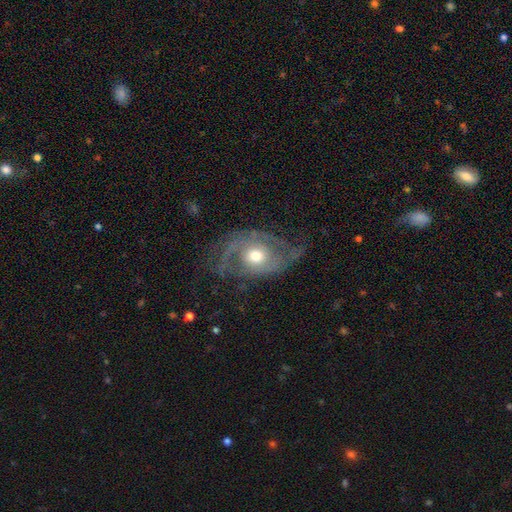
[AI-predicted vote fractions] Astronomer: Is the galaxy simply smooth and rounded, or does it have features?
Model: featured or disk — 76%.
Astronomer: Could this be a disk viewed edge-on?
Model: no — 95%.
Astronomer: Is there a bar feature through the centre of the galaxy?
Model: no — 76%.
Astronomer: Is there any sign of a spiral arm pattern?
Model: yes — 80%.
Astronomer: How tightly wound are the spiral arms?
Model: medium — 42% (runner-up: tight, 29%).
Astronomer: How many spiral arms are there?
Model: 2 — 74%.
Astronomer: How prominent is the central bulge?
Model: moderate — 71%.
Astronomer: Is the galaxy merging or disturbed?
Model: none — 59%.